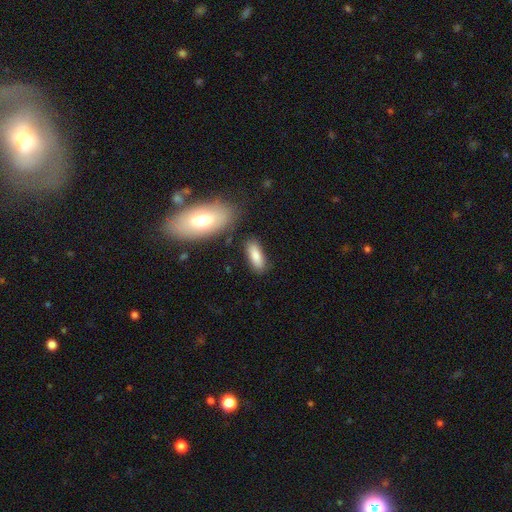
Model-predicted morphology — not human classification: This is clearly a smooth galaxy (82%). How rounded: likely in between (72%). Merging: likely none (79%).